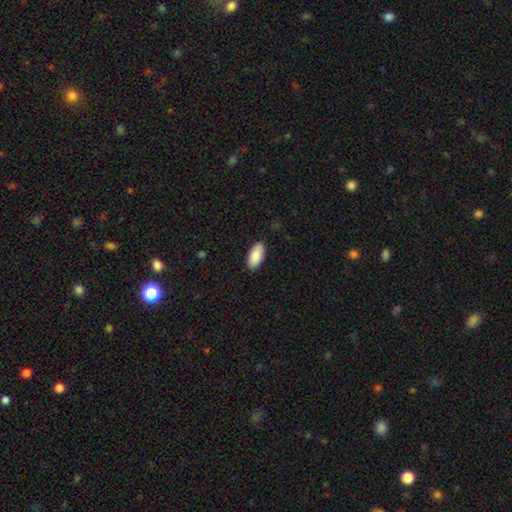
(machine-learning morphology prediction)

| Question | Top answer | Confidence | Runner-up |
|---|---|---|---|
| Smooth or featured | smooth | 90% | star or artifact (6%) |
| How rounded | in between | 93% | cigar-shaped (5%) |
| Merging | none | 89% | minor disturbance (8%) |